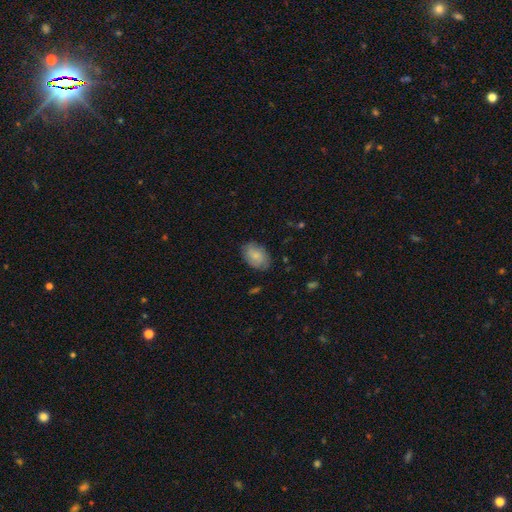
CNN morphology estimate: Smooth or featured?
  - smooth: 76% *
  - featured or disk: 17%
  - star or artifact: 7%
How rounded?
  - in between: 83% *
  - round: 16%
  - cigar-shaped: 1%
Merging?
  - none: 78% *
  - minor disturbance: 17%
  - major disturbance: 4%
  - merger: 1%